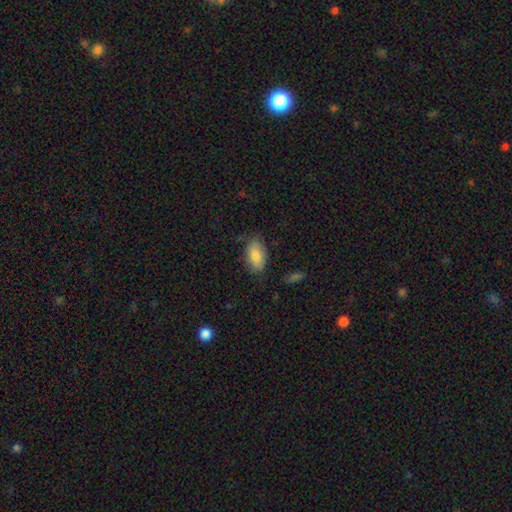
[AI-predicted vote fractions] Q: Smooth or featured?
A: smooth (82%); runner-up: featured or disk (11%)
Q: How rounded?
A: in between (92%); runner-up: round (5%)
Q: Merging?
A: none (75%); runner-up: minor disturbance (19%)